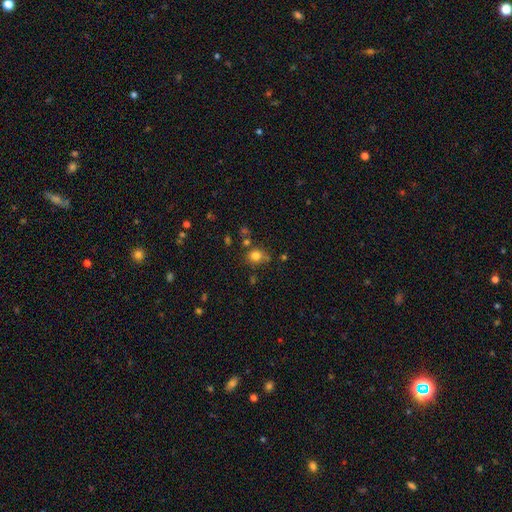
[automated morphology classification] A smooth galaxy with no disk features (79%) that is round (69%).

Vote fractions:
- Smooth or featured? smooth: 79% / star or artifact: 13% / featured or disk: 8%
- How rounded? round: 69% / in between: 30% / cigar-shaped: 1%
- Merging? none: 68% / minor disturbance: 17% / merger: 10% / major disturbance: 5%